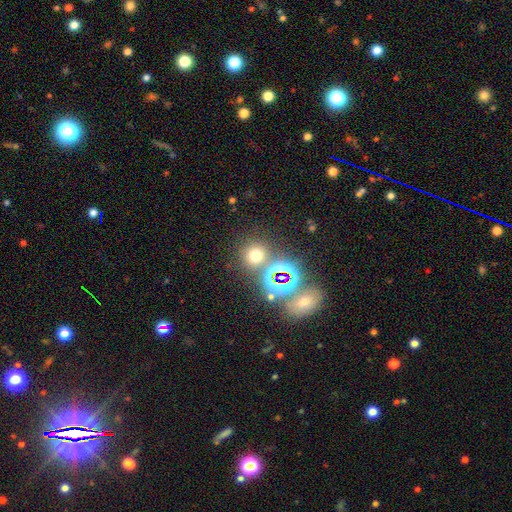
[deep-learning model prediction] Smooth or featured: smooth — 57% (star or artifact — 34%)
How rounded: round — 87% (in between — 11%)
Merging: none — 73% (merger — 14%)